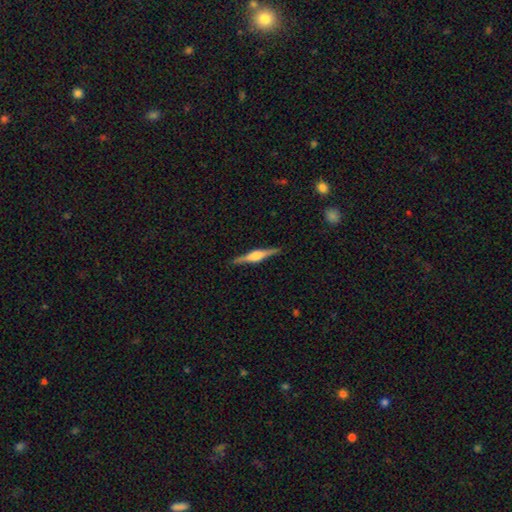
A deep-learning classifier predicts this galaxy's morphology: Overall: featured or disk (78%). Edge-on disk: yes (98%). Edge-on bulge: rounded (76%). Merging: none (90%).